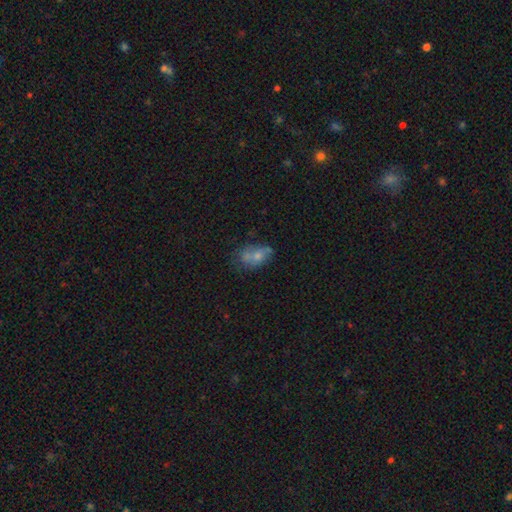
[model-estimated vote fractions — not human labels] Smooth or featured? smooth (62%)
How rounded? in between (83%)
Merging? none (41%)